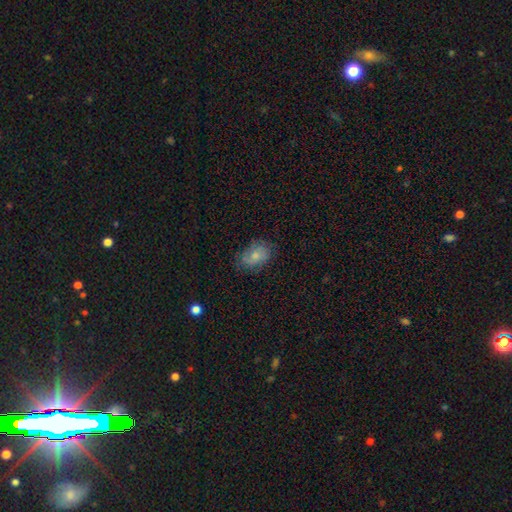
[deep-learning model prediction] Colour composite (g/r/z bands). It shows a smooth galaxy with no disk features (68%) that is in between round and cigar-shaped (84%). Merging: none (71%).